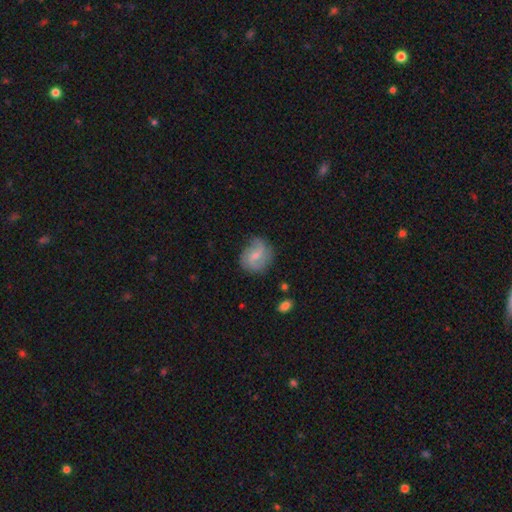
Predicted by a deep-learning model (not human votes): This appears to be a featured or disk galaxy (51%). Merging: none (66%).